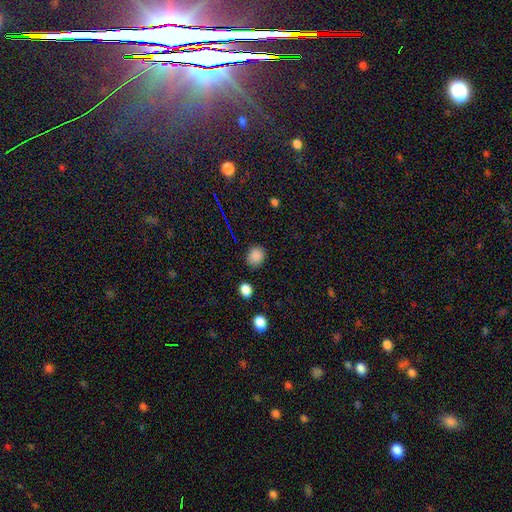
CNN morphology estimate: Smooth or featured?
  - smooth: 84% *
  - star or artifact: 12%
  - featured or disk: 4%
How rounded?
  - round: 72% *
  - in between: 27%
  - cigar-shaped: 1%
Merging?
  - none: 85% *
  - minor disturbance: 10%
  - major disturbance: 3%
  - merger: 2%